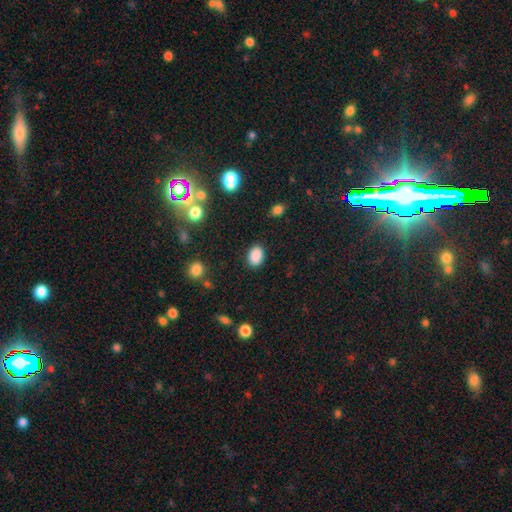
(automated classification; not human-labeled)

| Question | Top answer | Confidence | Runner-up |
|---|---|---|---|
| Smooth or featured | smooth | 87% | star or artifact (9%) |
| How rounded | in between | 74% | round (25%) |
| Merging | none | 86% | minor disturbance (10%) |